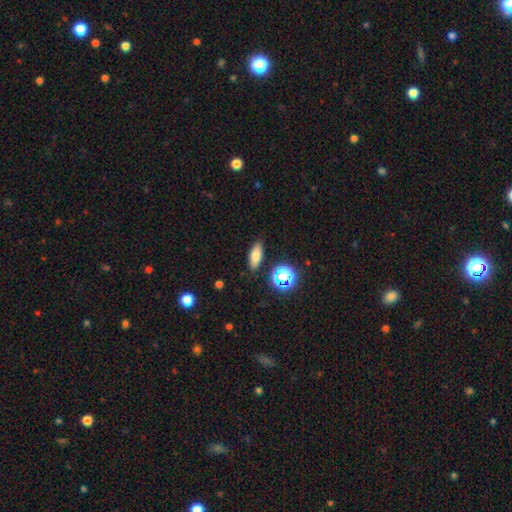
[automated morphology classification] The model was most divided on "how rounded": in between: 71%, cigar-shaped: 21%, round: 8%. More confident: merging — none (86%); smooth or featured — smooth (72%).